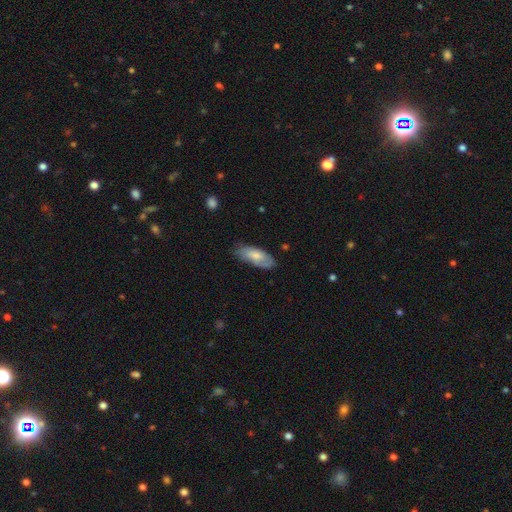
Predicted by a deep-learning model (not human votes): Smooth or featured: smooth — 70% (featured or disk — 24%)
How rounded: in between — 81% (cigar-shaped — 17%)
Merging: none — 68% (minor disturbance — 25%)